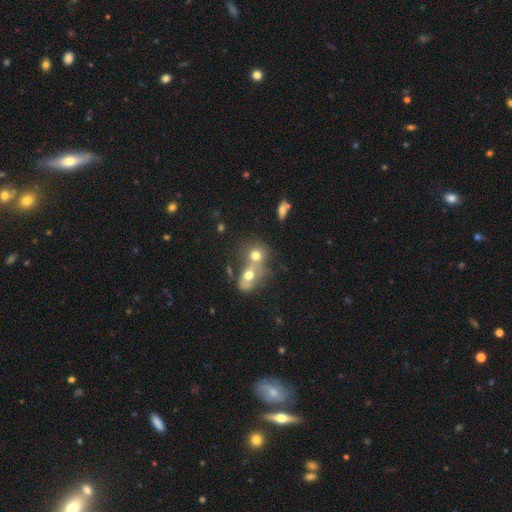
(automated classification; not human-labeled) Smooth or featured: smooth — 65% (featured or disk — 21%)
How rounded: round — 59% (in between — 40%)
Merging: merger — 67% (none — 21%)